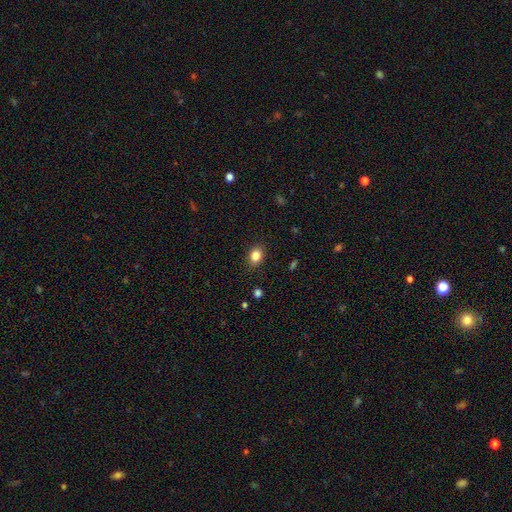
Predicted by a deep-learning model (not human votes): Overall: smooth (84%). How rounded: in between (58%; round 41%). Merging: none (88%).